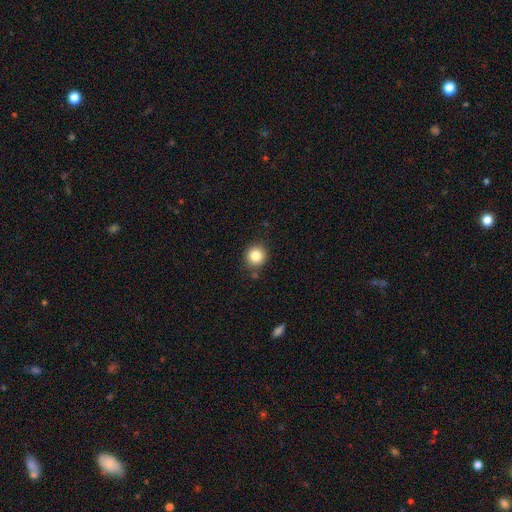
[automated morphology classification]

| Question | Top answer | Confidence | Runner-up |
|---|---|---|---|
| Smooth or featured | smooth | 84% | star or artifact (11%) |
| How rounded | round | 92% | in between (7%) |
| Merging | none | 86% | minor disturbance (9%) |